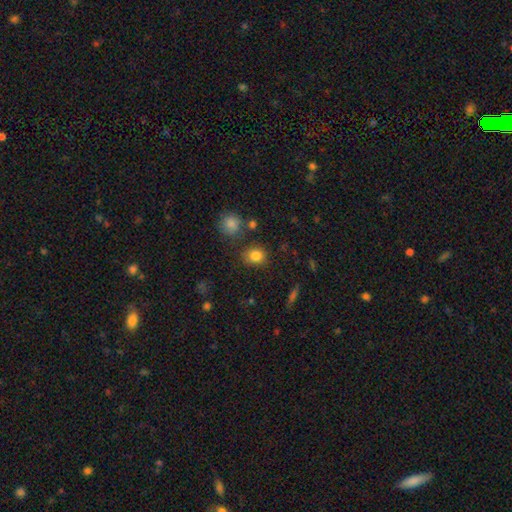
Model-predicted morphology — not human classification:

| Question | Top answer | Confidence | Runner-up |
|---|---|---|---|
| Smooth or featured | smooth | 83% | star or artifact (12%) |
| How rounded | round | 69% | in between (30%) |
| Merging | none | 77% | minor disturbance (13%) |